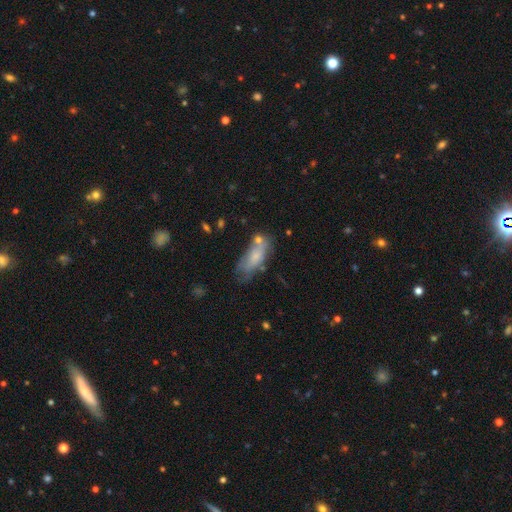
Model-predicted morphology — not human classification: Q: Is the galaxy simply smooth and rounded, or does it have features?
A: smooth — 63%.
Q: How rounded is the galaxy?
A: in between — 72%.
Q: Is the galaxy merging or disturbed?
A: none — 44%.